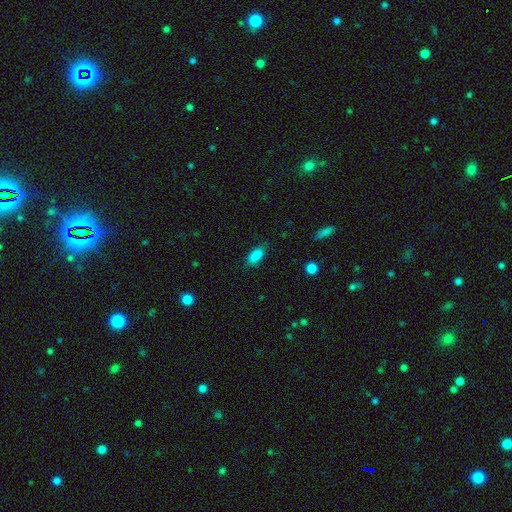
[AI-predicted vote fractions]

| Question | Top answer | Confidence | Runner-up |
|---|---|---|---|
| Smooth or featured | smooth | 87% | star or artifact (9%) |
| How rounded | in between | 86% | cigar-shaped (11%) |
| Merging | none | 79% | minor disturbance (16%) |